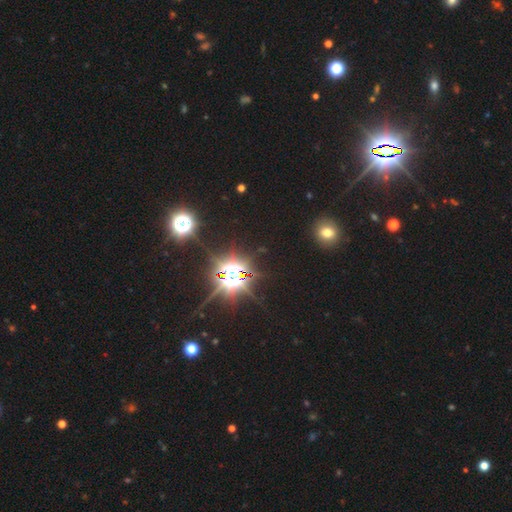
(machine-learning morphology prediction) A star or artifact, not a galaxy (82%).

Vote fractions:
- Smooth or featured? star or artifact: 82% / smooth: 12% / featured or disk: 6%